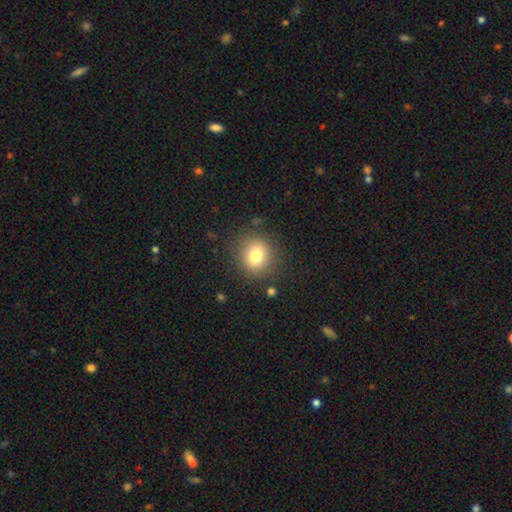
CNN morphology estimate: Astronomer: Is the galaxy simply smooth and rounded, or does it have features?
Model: smooth — 78%.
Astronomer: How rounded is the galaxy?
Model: round — 83%.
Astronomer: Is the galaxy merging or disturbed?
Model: none — 85%.